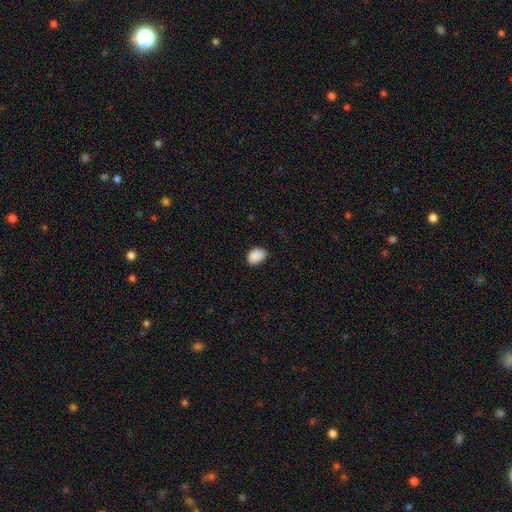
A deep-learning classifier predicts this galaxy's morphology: smooth-or-featured: smooth: 89% | star or artifact: 8% | featured or disk: 3%
  how-rounded: in between: 80% | round: 19% | cigar-shaped: 1%
  merging: none: 79% | minor disturbance: 17% | major disturbance: 3% | merger: 1%